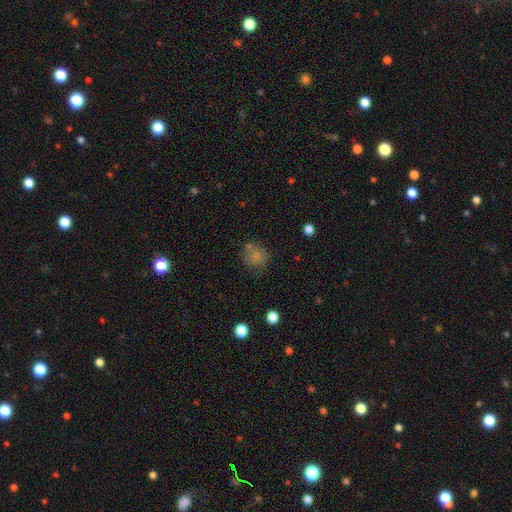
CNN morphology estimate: A smooth galaxy with no disk features (75%) that is round (81%). Merging: none (63%).